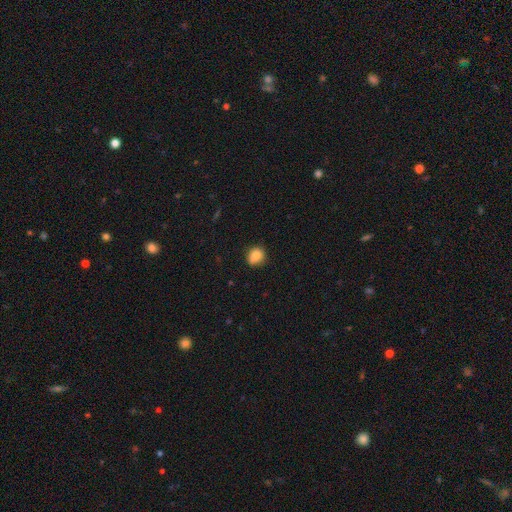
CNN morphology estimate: Overall: smooth (83%). How rounded: round (73%). Merging: none (74%).